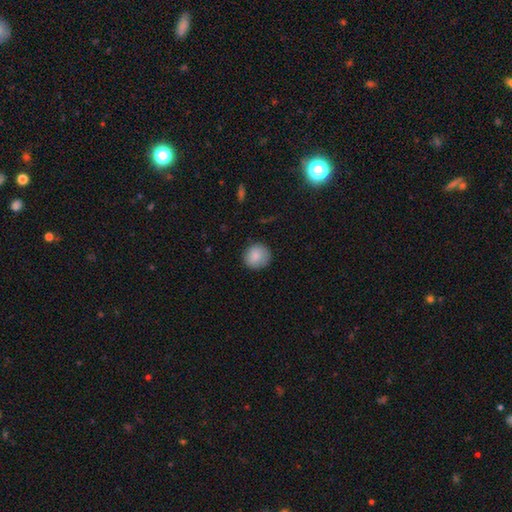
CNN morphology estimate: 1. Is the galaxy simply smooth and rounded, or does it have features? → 87% smooth, 8% star or artifact, 5% featured or disk.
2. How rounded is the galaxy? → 89% round, 10% in between, 1% cigar-shaped.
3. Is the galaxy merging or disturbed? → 85% none, 11% minor disturbance, 3% major disturbance, 1% merger.